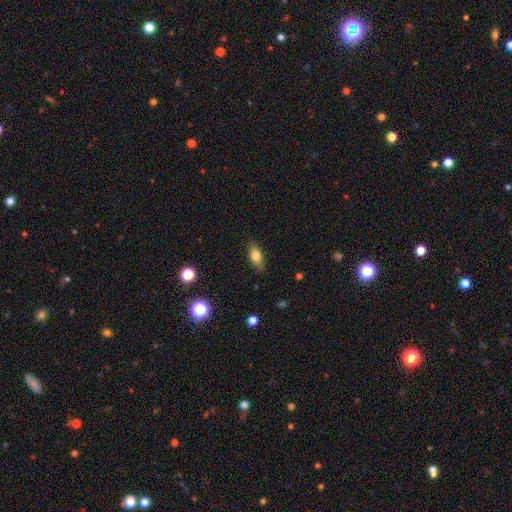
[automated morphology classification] Overall: smooth (74%). How rounded: in between (79%). Merging: none (84%).